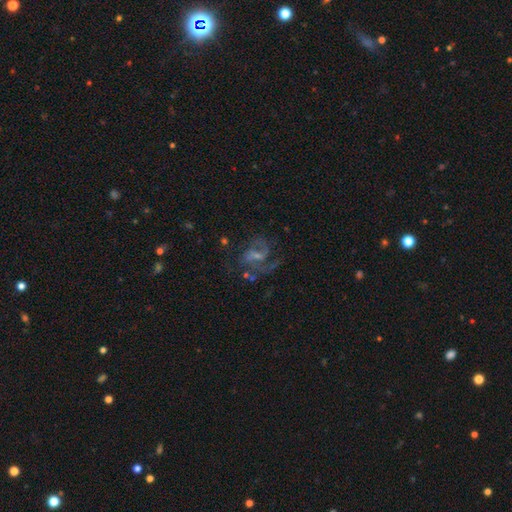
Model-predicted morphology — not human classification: The model was most divided on "bar": weak: 52%, no: 28%, strong: 20%. More confident: edge-on disk — no (97%); spiral arms — yes (91%); smooth or featured — featured or disk (77%); spiral arm count — 2 (62%); merging — none (58%); bulge size — small (54%); spiral winding — medium (53%).